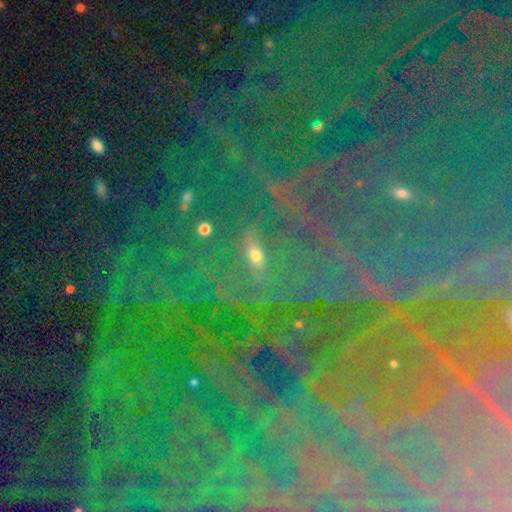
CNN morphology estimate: Smooth or featured?
  - star or artifact: 61% *
  - featured or disk: 22%
  - smooth: 17%